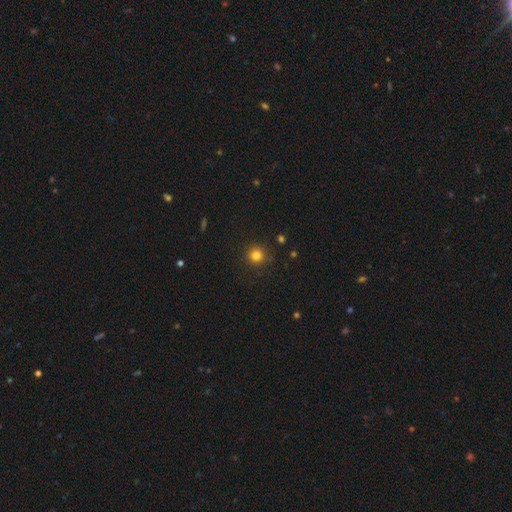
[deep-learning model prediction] Q: Smooth or featured?
A: smooth (82%); runner-up: star or artifact (13%)
Q: How rounded?
A: round (93%); runner-up: in between (6%)
Q: Merging?
A: none (89%); runner-up: minor disturbance (7%)